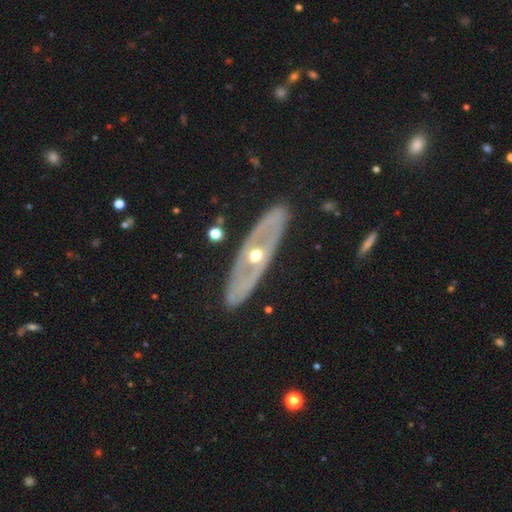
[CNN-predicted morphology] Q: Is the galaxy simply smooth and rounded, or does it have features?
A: featured or disk — 79%.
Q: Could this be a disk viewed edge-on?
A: no — 64%.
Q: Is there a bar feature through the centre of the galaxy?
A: no — 85%.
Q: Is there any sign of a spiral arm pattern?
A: no — 70%.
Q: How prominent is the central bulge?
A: moderate — 70%.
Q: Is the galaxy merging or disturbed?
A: none — 85%.